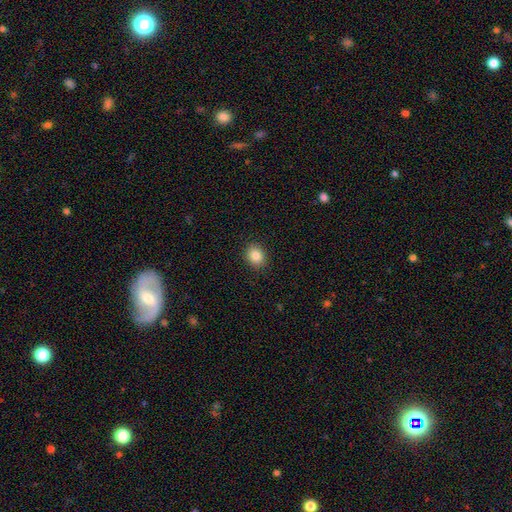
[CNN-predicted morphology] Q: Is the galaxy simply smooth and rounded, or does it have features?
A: smooth — 85%.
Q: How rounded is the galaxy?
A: round — 62%.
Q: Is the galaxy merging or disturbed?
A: none — 91%.